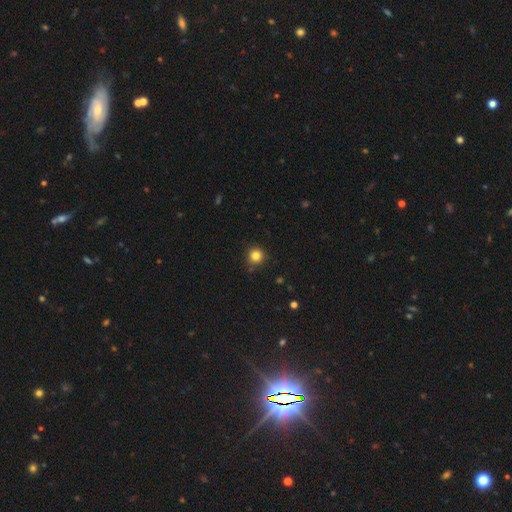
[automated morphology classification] This appears to be a smooth galaxy with no disk features (83%) that is round (94%). Merging: none (87%).